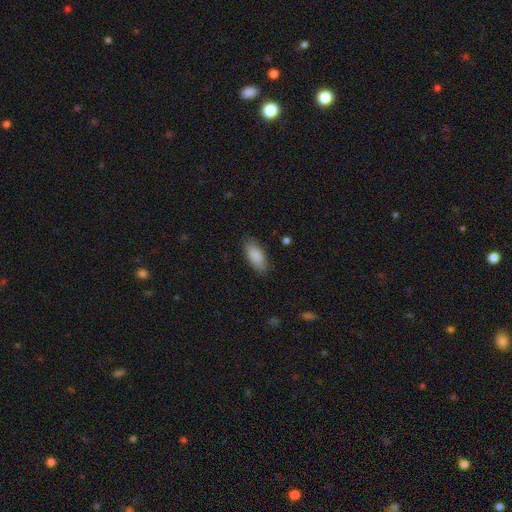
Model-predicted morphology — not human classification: Smooth or featured: smooth — 88% (star or artifact — 6%)
How rounded: in between — 84% (cigar-shaped — 14%)
Merging: none — 84% (minor disturbance — 12%)